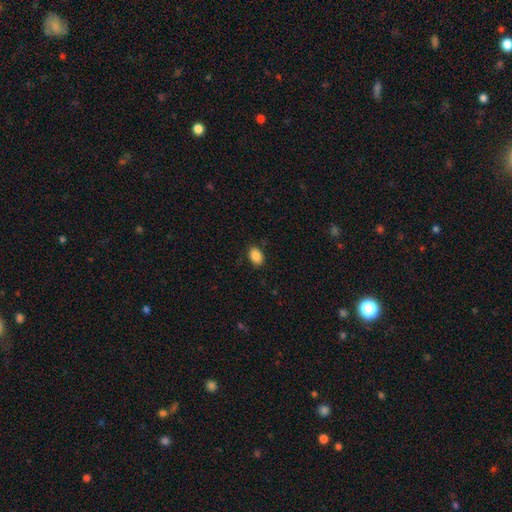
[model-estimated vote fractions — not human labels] Smooth or featured: smooth — 88% (star or artifact — 8%)
How rounded: in between — 86% (round — 12%)
Merging: none — 87% (minor disturbance — 10%)